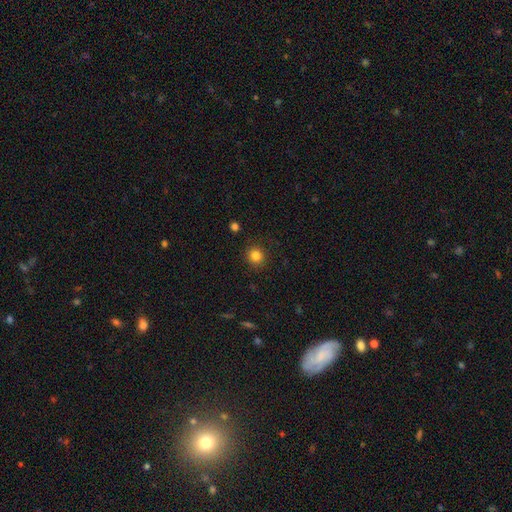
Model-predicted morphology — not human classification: Smooth or featured? Predicted: smooth (p=0.83). How rounded? Predicted: round (p=0.91). Merging? Predicted: none (p=0.90).